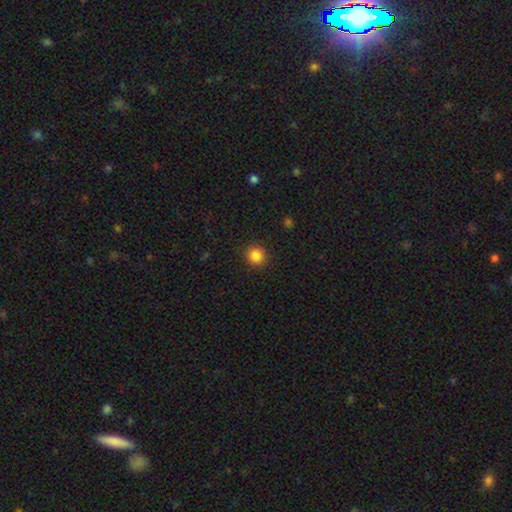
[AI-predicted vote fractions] smooth 86%, star or artifact 10%, featured or disk 3%. Down the decision tree: how rounded — round (92%); merging — none (90%).